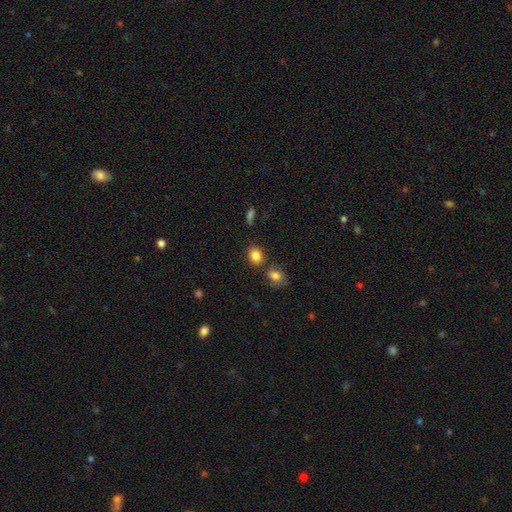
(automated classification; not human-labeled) smooth-or-featured: smooth: 85% | star or artifact: 10% | featured or disk: 5%
  how-rounded: in between: 55% | round: 44% | cigar-shaped: 1%
  merging: none: 71% | merger: 14% | minor disturbance: 12% | major disturbance: 3%